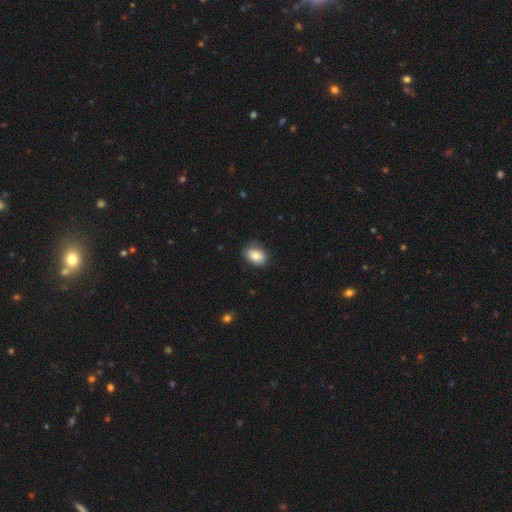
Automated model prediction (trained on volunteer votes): The model was most divided on "how rounded": in between: 76%, round: 23%, cigar-shaped: 1%. More confident: smooth or featured — smooth (85%); merging — none (76%).